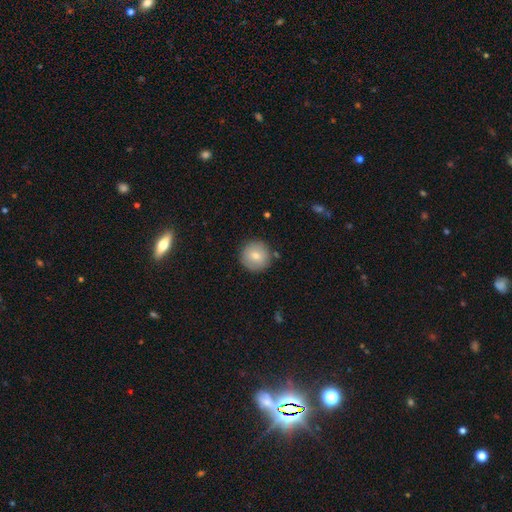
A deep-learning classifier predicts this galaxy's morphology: A smooth galaxy with no disk features (77%) that is round (96%). Merging: none (87%).